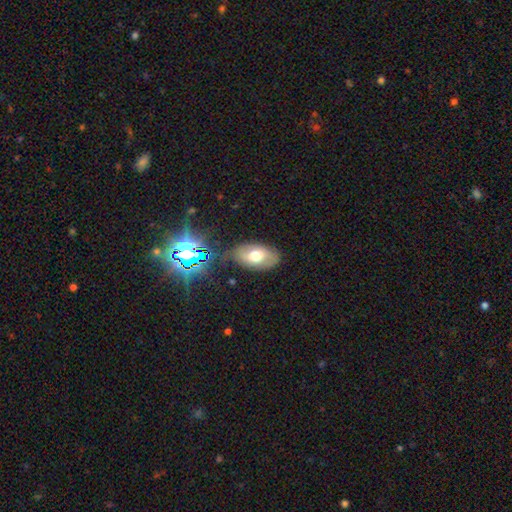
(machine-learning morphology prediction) smooth-or-featured: smooth: 59% | featured or disk: 28% | star or artifact: 13%
  how-rounded: in between: 91% | round: 7% | cigar-shaped: 2%
  merging: none: 74% | minor disturbance: 17% | major disturbance: 5% | merger: 4%